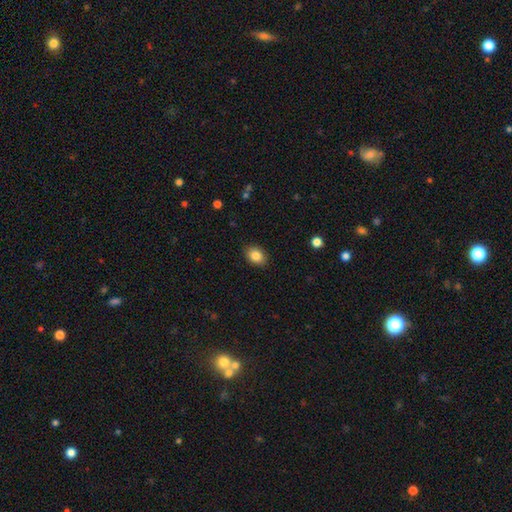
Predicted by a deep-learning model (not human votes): smooth-or-featured: smooth: 86% | star or artifact: 9% | featured or disk: 6%
  how-rounded: in between: 70% | round: 28% | cigar-shaped: 1%
  merging: none: 87% | minor disturbance: 10% | major disturbance: 2% | merger: 1%